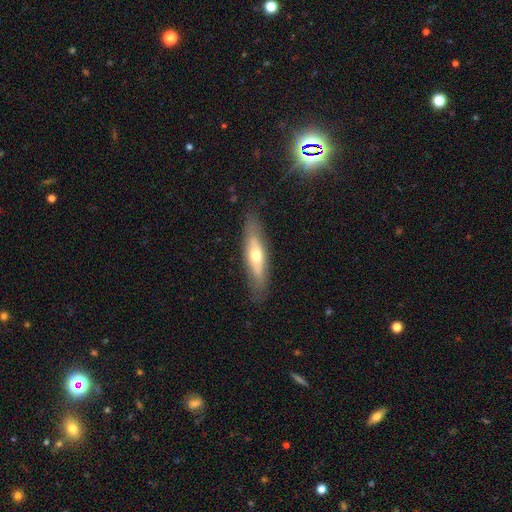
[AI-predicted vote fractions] Smooth or featured: smooth — 49% (featured or disk — 45%)
Merging: none — 81% (minor disturbance — 14%)